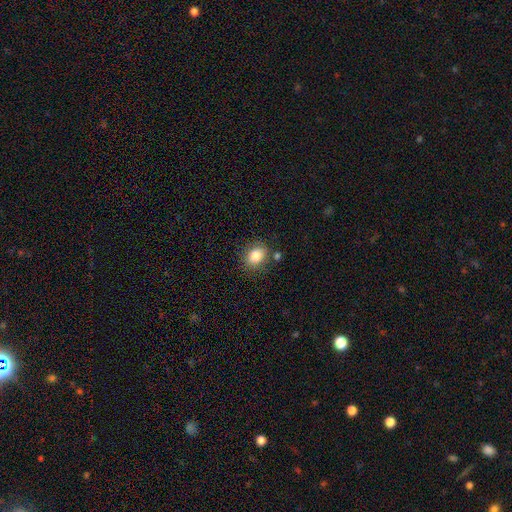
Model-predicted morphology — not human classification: smooth-or-featured: smooth: 85% | star or artifact: 9% | featured or disk: 6%
  how-rounded: in between: 57% | round: 42% | cigar-shaped: 1%
  merging: none: 78% | minor disturbance: 13% | merger: 5% | major disturbance: 4%